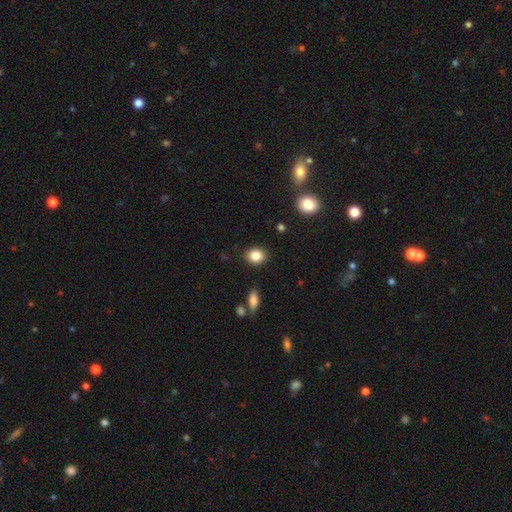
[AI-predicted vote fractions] This appears to be a smooth galaxy with no disk features (85%) that is round (66%). Merging: none (88%).